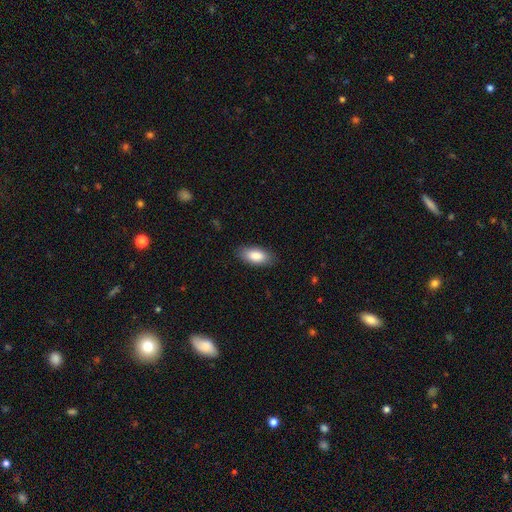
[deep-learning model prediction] Smooth or featured? Predicted: smooth (p=0.86). How rounded? Predicted: in between (p=0.90). Merging? Predicted: none (p=0.87).